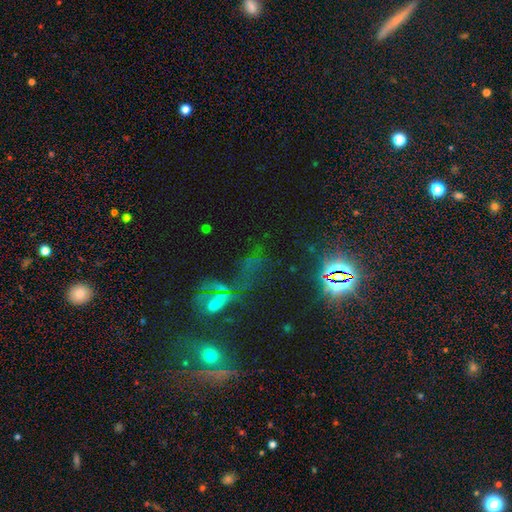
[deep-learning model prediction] A star or artifact, not a galaxy (62%).